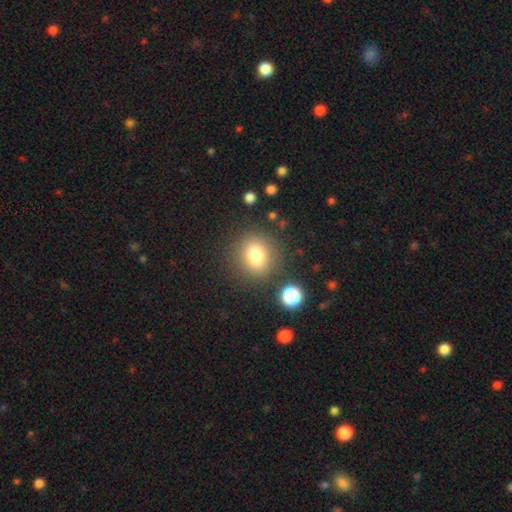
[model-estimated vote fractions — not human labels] smooth 78%, star or artifact 13%, featured or disk 9%. Down the decision tree: how rounded — round (79%); merging — none (83%).